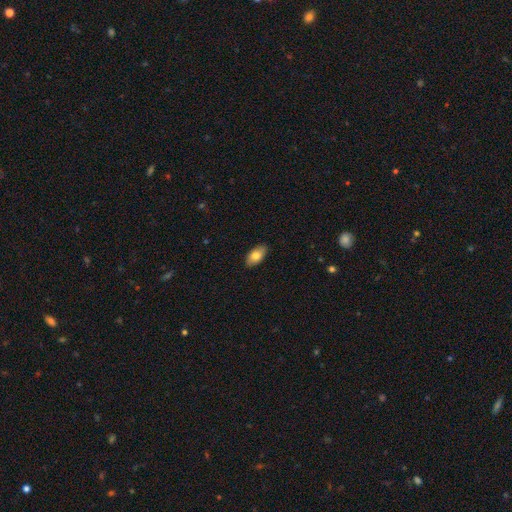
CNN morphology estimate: A smooth galaxy with no disk features (80%) that is in between round and cigar-shaped (94%). Merging: none (88%).